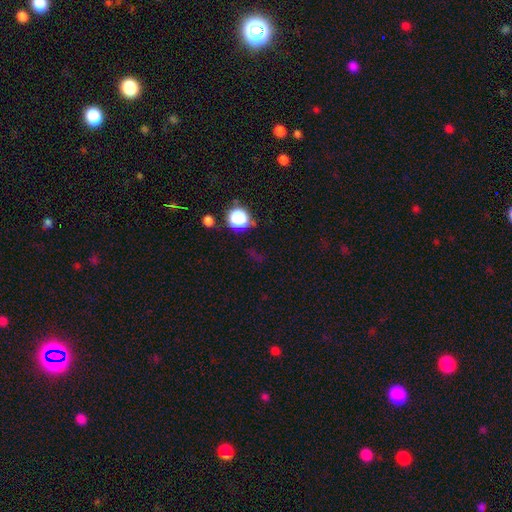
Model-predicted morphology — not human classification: smooth_or_featured: star or artifact (p=0.54) [alt: smooth p=0.38]